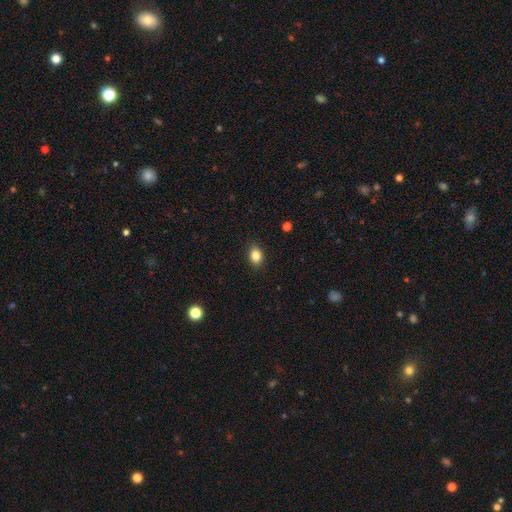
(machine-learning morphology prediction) This appears to be a smooth galaxy with no disk features (84%) that is in between round and cigar-shaped (71%). Merging: none (88%).